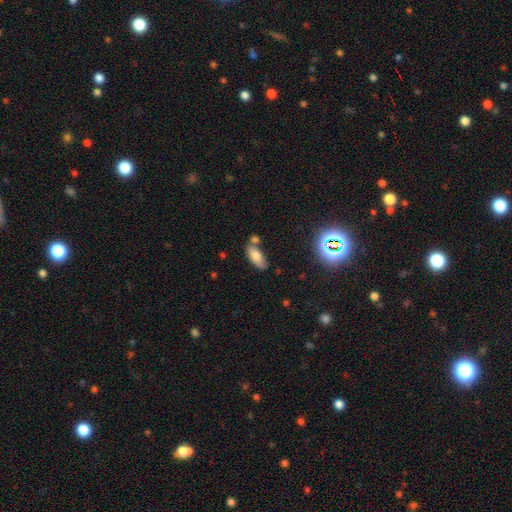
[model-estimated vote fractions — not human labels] This appears to be a smooth galaxy with no disk features (72%) that is in between round and cigar-shaped (83%). Merging: none (58%).